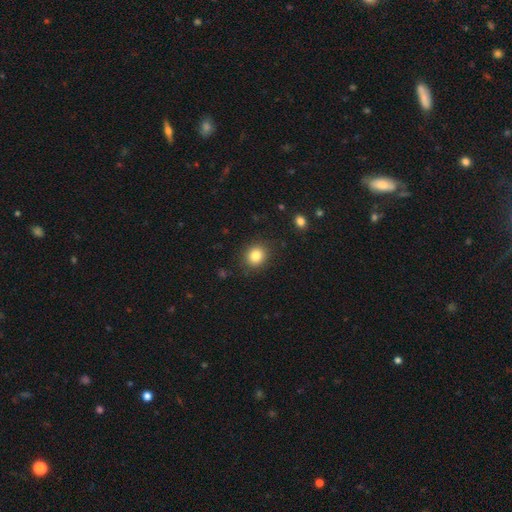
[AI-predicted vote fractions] A smooth galaxy with no disk features (83%) that is round (81%).

Vote fractions:
- Smooth or featured? smooth: 83% / star or artifact: 11% / featured or disk: 6%
- How rounded? round: 81% / in between: 18% / cigar-shaped: 1%
- Merging? none: 88% / minor disturbance: 8% / major disturbance: 3% / merger: 1%